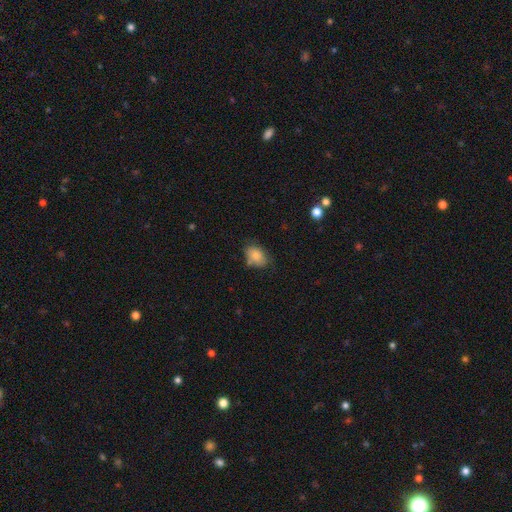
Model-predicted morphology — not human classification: Smooth or featured?
  - smooth: 82% *
  - featured or disk: 10%
  - star or artifact: 8%
How rounded?
  - in between: 82% *
  - round: 16%
  - cigar-shaped: 1%
Merging?
  - none: 65% *
  - minor disturbance: 24%
  - merger: 6%
  - major disturbance: 5%